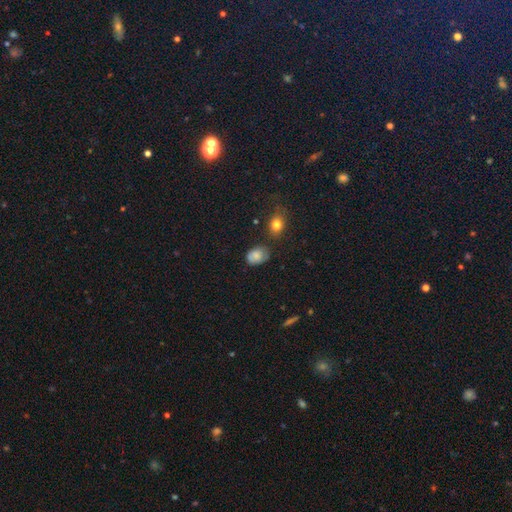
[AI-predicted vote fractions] smooth-or-featured: smooth: 76% | featured or disk: 15% | star or artifact: 9%
  how-rounded: in between: 74% | round: 25% | cigar-shaped: 1%
  merging: none: 62% | minor disturbance: 27% | major disturbance: 6% | merger: 5%